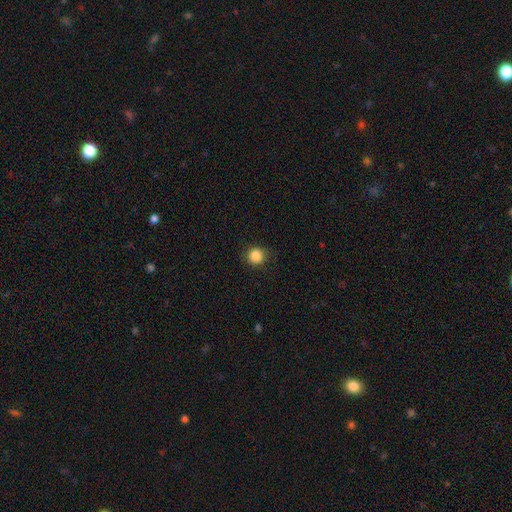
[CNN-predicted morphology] This is clearly a smooth galaxy (86%). How rounded: clearly round (90%). Merging: clearly none (86%).